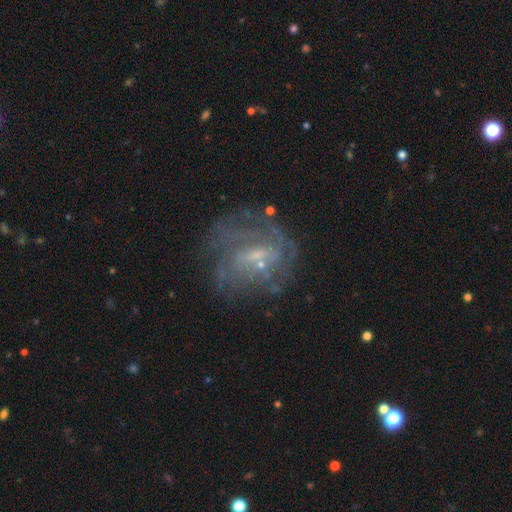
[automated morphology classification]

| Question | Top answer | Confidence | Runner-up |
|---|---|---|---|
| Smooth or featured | featured or disk | 71% | smooth (16%) |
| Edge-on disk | no | 96% | yes (4%) |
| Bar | weak | 46% | no (40%) |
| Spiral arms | yes | 59% | no (41%) |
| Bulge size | small | 59% | moderate (20%) |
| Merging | none | 56% | major disturbance (21%) |